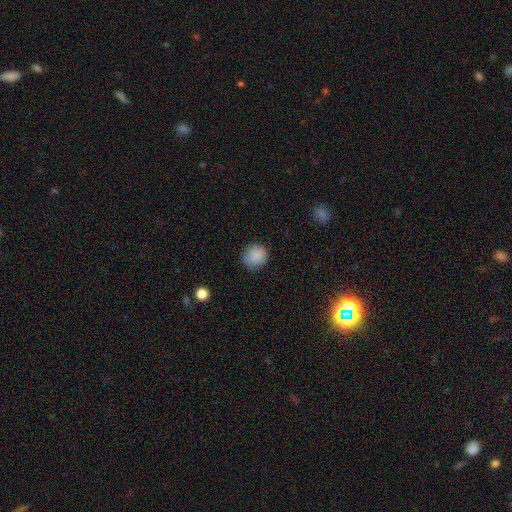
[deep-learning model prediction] Morphology: type=smooth (87%); roundness=round (86%); merging=none (82%).